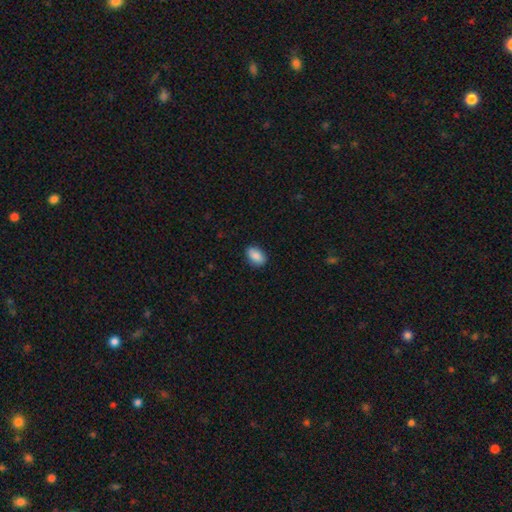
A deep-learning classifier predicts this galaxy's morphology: smooth 88%, star or artifact 7%, featured or disk 5%. Down the decision tree: how rounded — in between (89%); merging — none (86%).